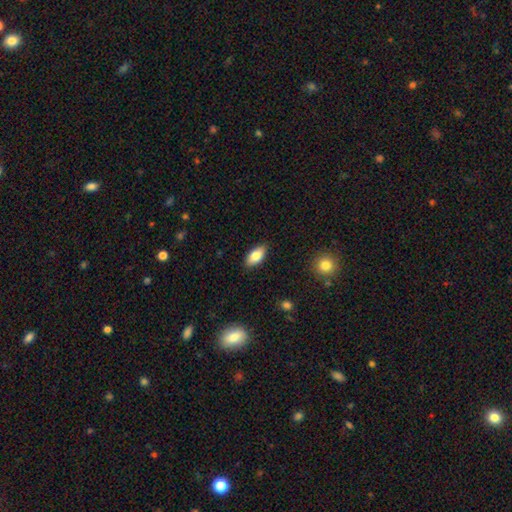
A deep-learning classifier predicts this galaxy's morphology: smooth_or_featured: smooth (p=0.82) [alt: featured or disk p=0.11]
how_rounded: in between (p=0.91) [alt: cigar-shaped p=0.06]
merging: none (p=0.87) [alt: minor disturbance p=0.09]